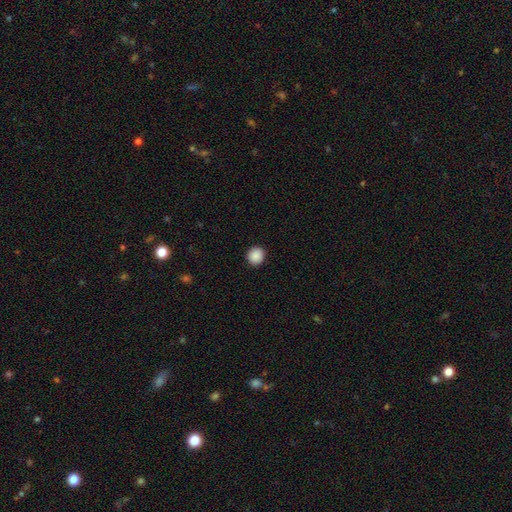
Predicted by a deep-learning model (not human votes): A smooth galaxy with no disk features (89%) that is round (87%).

Vote fractions:
- Smooth or featured? smooth: 89% / star or artifact: 8% / featured or disk: 2%
- How rounded? round: 87% / in between: 12% / cigar-shaped: 1%
- Merging? none: 92% / minor disturbance: 5% / major disturbance: 2% / merger: 1%